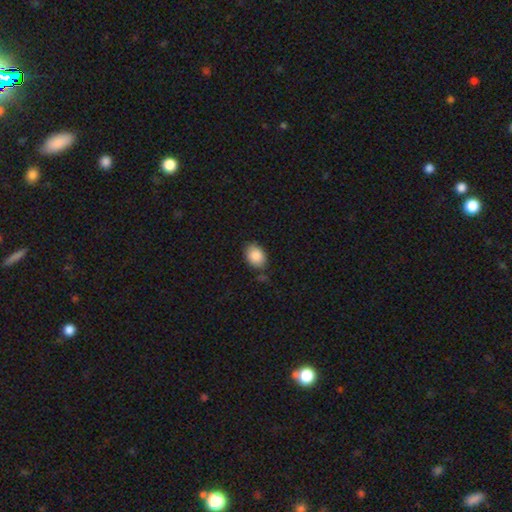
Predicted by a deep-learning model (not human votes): A smooth galaxy with no disk features (88%) that is in between round and cigar-shaped (69%). Merging: none (78%).